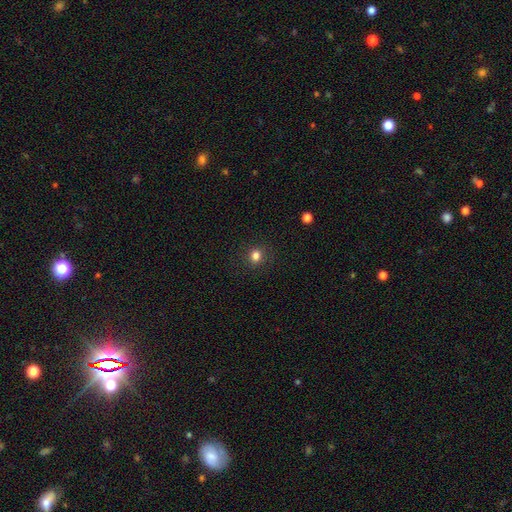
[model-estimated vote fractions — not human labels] This appears to be a smooth galaxy with no disk features (82%) that is round (84%). Merging: none (89%).